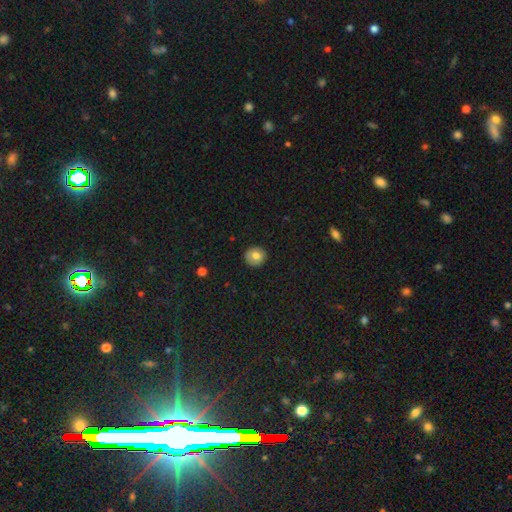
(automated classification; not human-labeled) This appears to be a smooth galaxy with no disk features (76%) that is round (90%). Merging: none (89%).